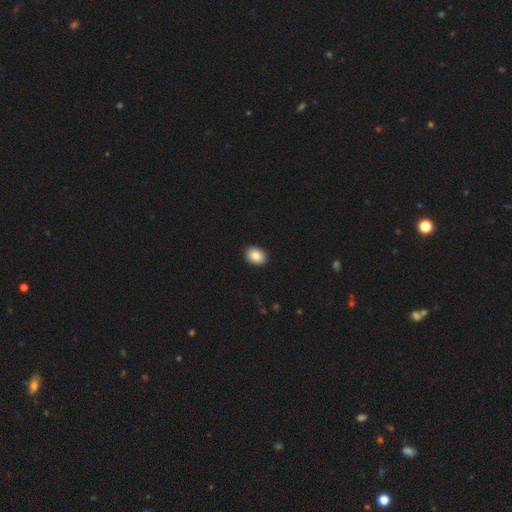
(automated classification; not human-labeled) The model was most divided on "how rounded": in between: 60%, round: 39%, cigar-shaped: 1%. More confident: merging — none (91%); smooth or featured — smooth (85%).